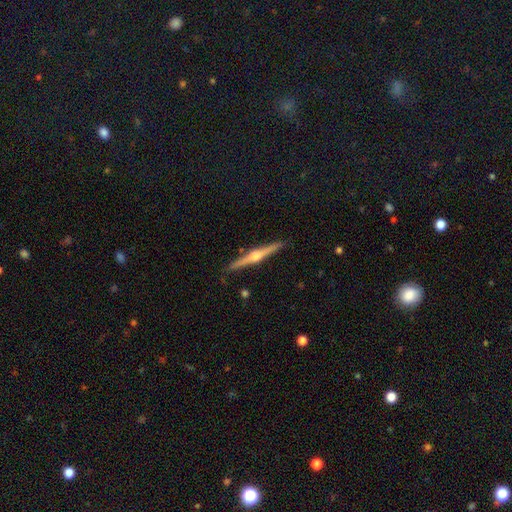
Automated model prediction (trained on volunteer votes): A featured or disk galaxy (82%) viewed edge-on (98%) with a rounded central bulge (95%). Merging: none (91%).